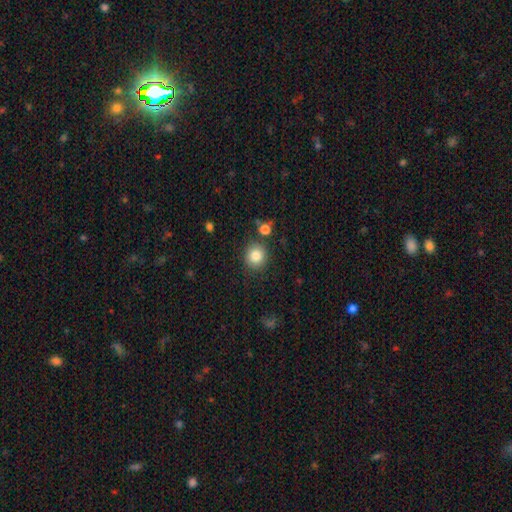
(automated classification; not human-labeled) Smooth or featured? Predicted: smooth (p=0.84). How rounded? Predicted: round (p=0.88). Merging? Predicted: none (p=0.85).